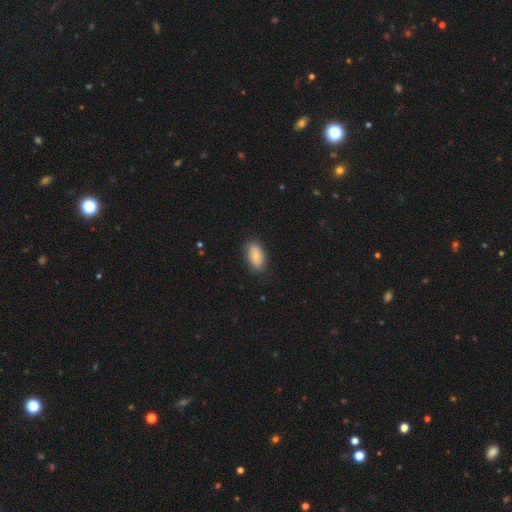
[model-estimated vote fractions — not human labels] This is clearly a smooth galaxy (82%). How rounded: clearly in between (93%). Merging: clearly none (80%).